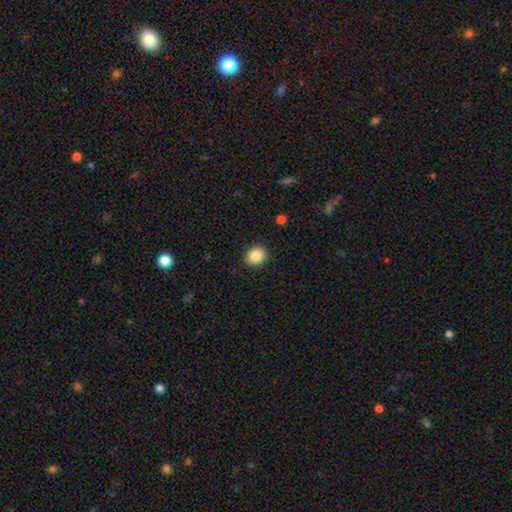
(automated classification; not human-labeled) This appears to be a smooth galaxy with no disk features (86%) that is round (69%). Merging: none (90%).